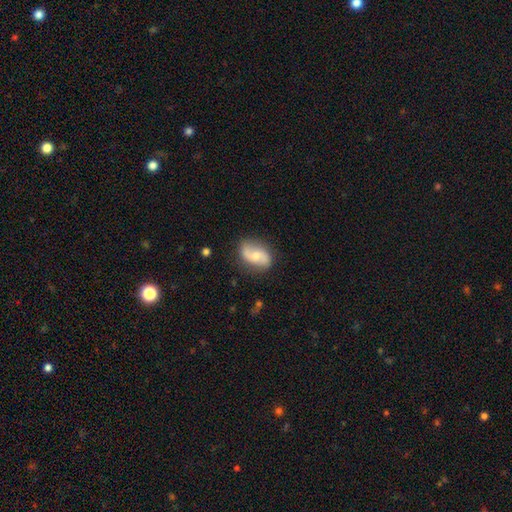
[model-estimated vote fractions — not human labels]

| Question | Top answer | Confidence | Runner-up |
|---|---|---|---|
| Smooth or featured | featured or disk | 66% | smooth (28%) |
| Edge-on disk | no | 96% | yes (4%) |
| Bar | no | 60% | weak (32%) |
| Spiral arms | yes | 89% | no (11%) |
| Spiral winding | loose | 62% | medium (28%) |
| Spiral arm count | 2 | 90% | can't tell (4%) |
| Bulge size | moderate | 63% | small (30%) |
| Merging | none | 78% | minor disturbance (16%) |